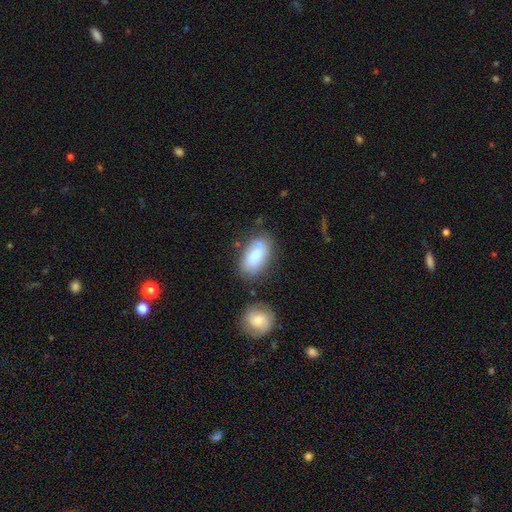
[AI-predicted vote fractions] Overall: smooth (76%). How rounded: in between (92%). Merging: none (66%).